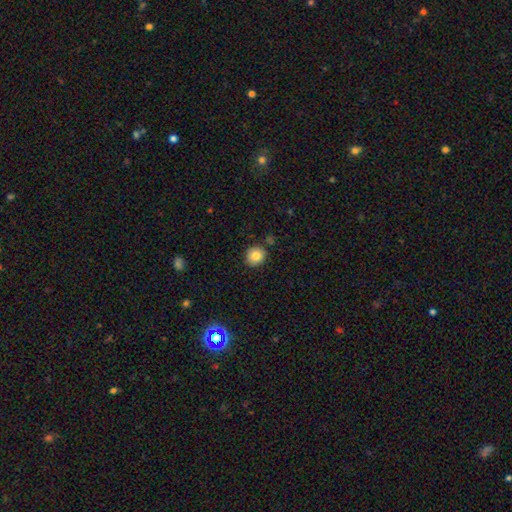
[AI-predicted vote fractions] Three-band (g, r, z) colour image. It shows a smooth galaxy with no disk features (83%) that is round (86%). Merging: none (85%).